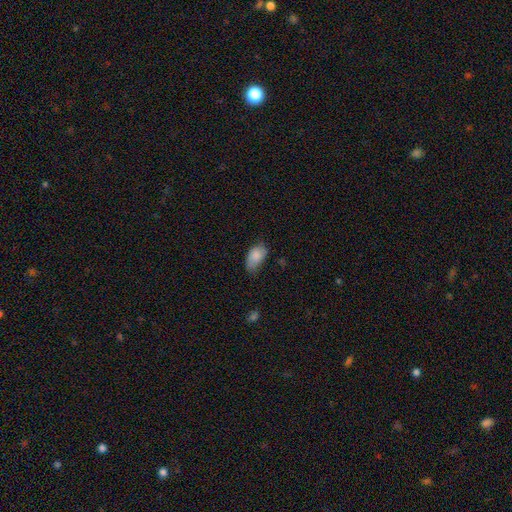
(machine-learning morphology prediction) Smooth or featured? smooth (85%)
How rounded? in between (93%)
Merging? none (54%)